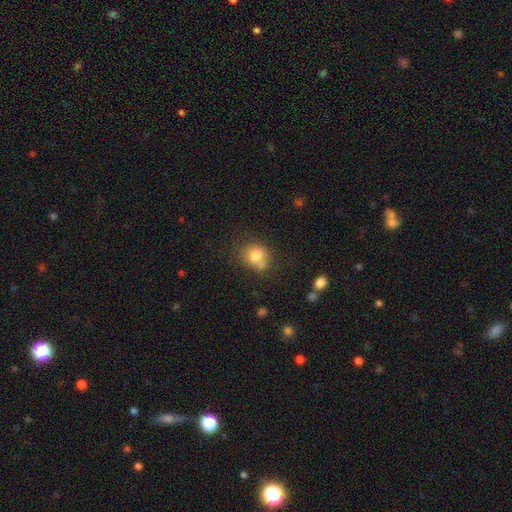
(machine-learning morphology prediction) Smooth or featured: smooth — 79% (star or artifact — 11%)
How rounded: round — 72% (in between — 27%)
Merging: none — 55% (minor disturbance — 23%)